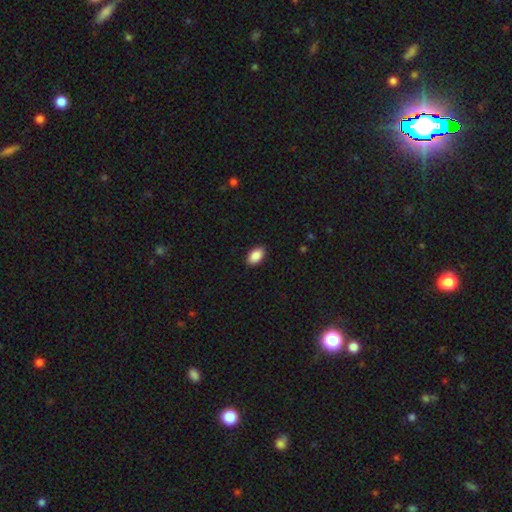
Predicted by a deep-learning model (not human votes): Smooth or featured?
  - smooth: 89% *
  - star or artifact: 7%
  - featured or disk: 4%
How rounded?
  - in between: 93% *
  - round: 5%
  - cigar-shaped: 1%
Merging?
  - none: 90% *
  - minor disturbance: 7%
  - major disturbance: 2%
  - merger: 1%